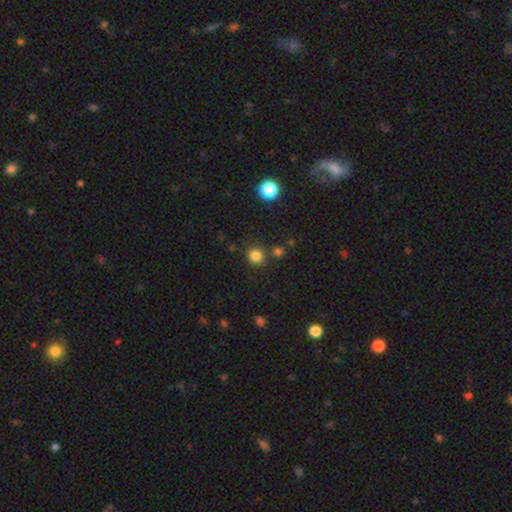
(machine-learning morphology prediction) smooth_or_featured: smooth (p=0.81) [alt: star or artifact p=0.15]
how_rounded: round (p=0.92) [alt: in between p=0.07]
merging: none (p=0.84) [alt: minor disturbance p=0.07]